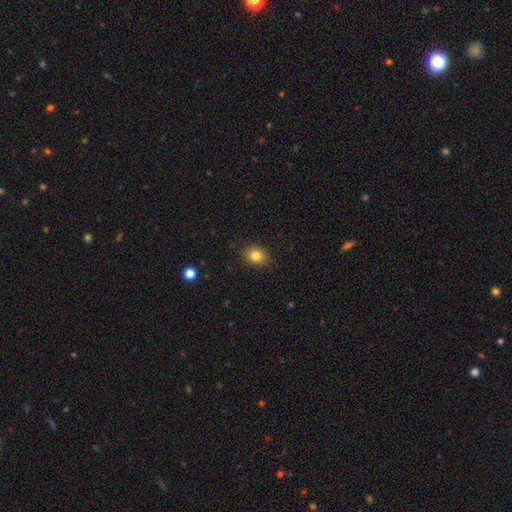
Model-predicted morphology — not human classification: A smooth galaxy with no disk features (83%) that is round (62%).

Vote fractions:
- Smooth or featured? smooth: 83% / star or artifact: 11% / featured or disk: 7%
- How rounded? round: 62% / in between: 37% / cigar-shaped: 1%
- Merging? none: 89% / minor disturbance: 8% / major disturbance: 2% / merger: 1%